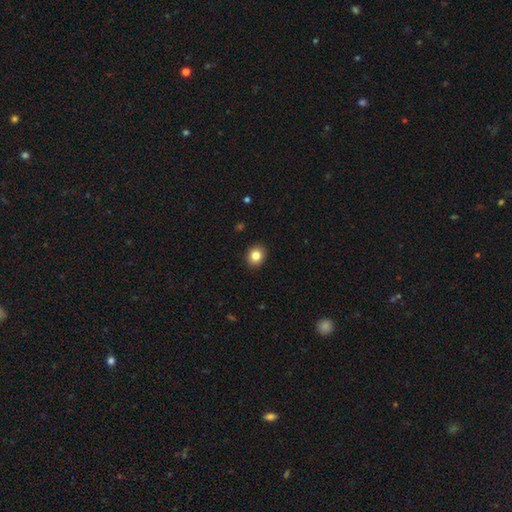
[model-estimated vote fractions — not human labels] This appears to be a smooth galaxy with no disk features (84%) that is round (68%). Merging: none (91%).